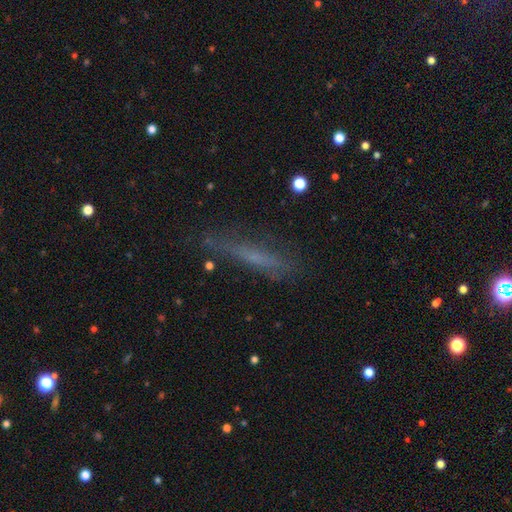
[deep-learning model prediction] The model was most divided on "smooth or featured": smooth: 40%, featured or disk: 39%, star or artifact: 21%. More confident: merging — none (76%).